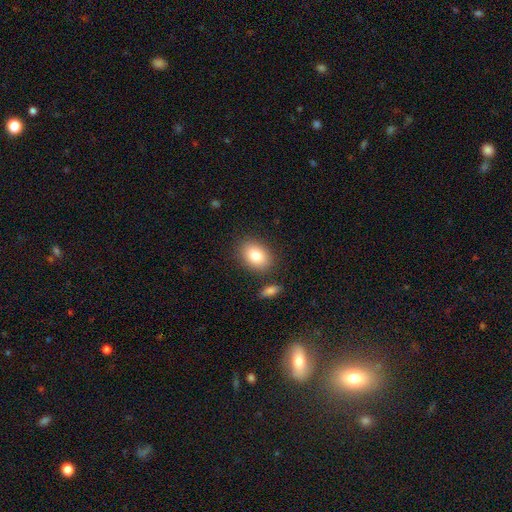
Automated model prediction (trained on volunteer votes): Overall: smooth (83%). How rounded: in between (77%). Merging: none (82%).